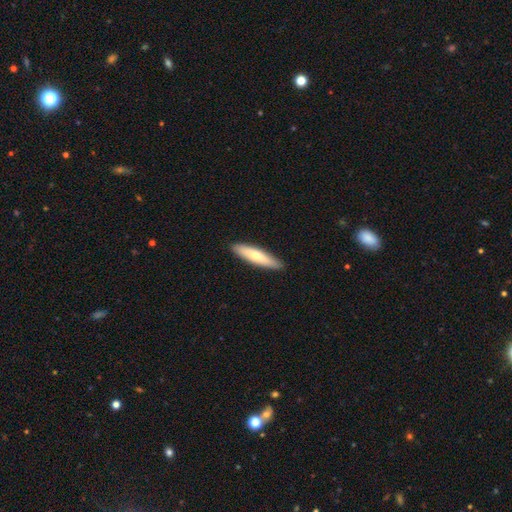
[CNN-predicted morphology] This is likely a smooth galaxy (66%). How rounded: clearly cigar-shaped (81%). Merging: clearly none (90%).